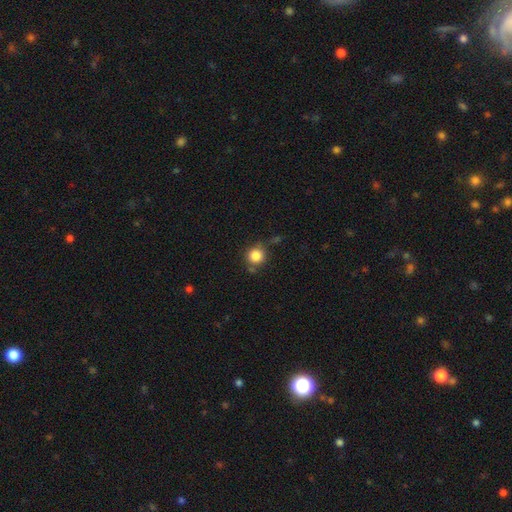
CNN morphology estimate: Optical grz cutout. It shows a smooth galaxy with no disk features (84%) that is round (92%). Merging: none (75%).